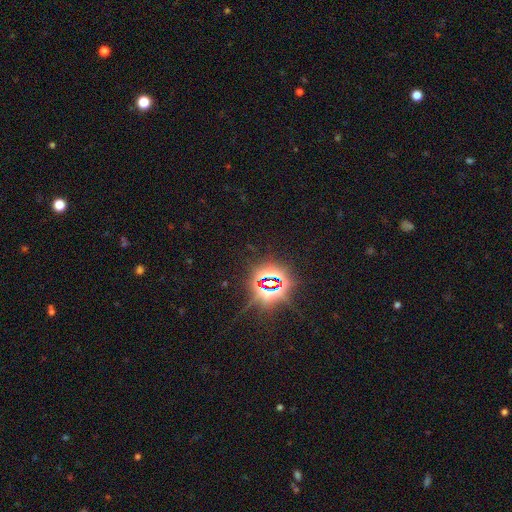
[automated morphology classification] smooth-or-featured: star or artifact: 83% | smooth: 10% | featured or disk: 7%